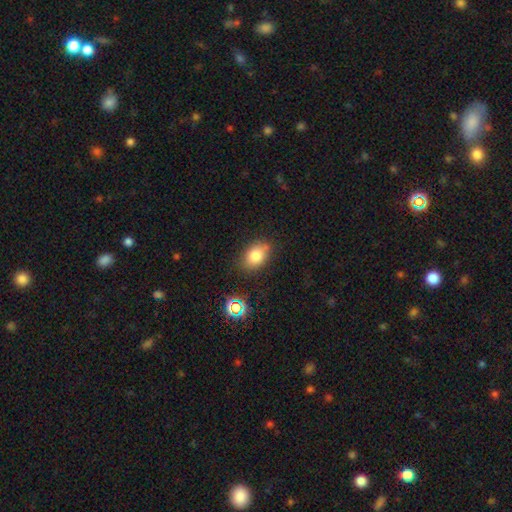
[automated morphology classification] This appears to be a smooth galaxy with no disk features (80%) that is in between round and cigar-shaped (75%). Merging: none (74%).